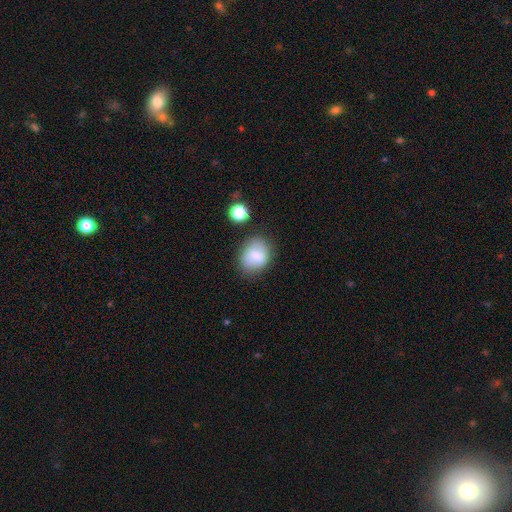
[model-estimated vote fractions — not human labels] Smooth or featured? Predicted: smooth (p=0.78). How rounded? Predicted: in between (p=0.53). Merging? Predicted: none (p=0.65).